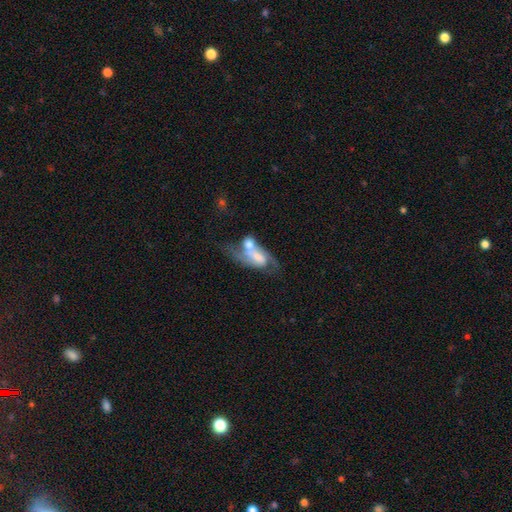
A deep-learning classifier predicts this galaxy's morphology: Overall: featured or disk (62%; smooth 30%). Edge-on disk: no (94%). Bar: no (47%; weak 34%). Spiral arms: yes (79%). Bulge size: moderate (29%; small 28%). Merging: merger (57%).